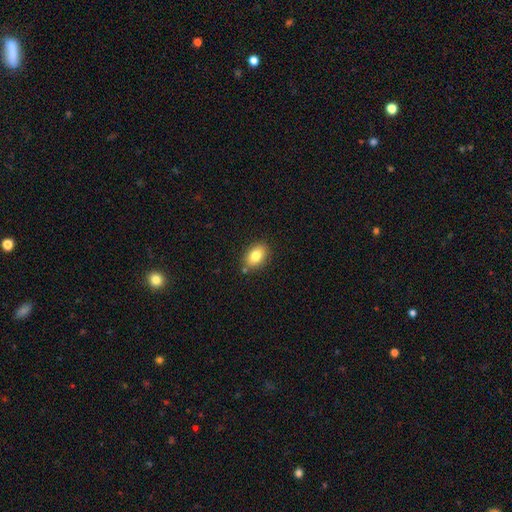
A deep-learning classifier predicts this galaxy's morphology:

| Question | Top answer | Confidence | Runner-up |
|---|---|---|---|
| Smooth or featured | smooth | 82% | featured or disk (10%) |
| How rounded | in between | 83% | round (16%) |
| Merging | none | 82% | minor disturbance (11%) |